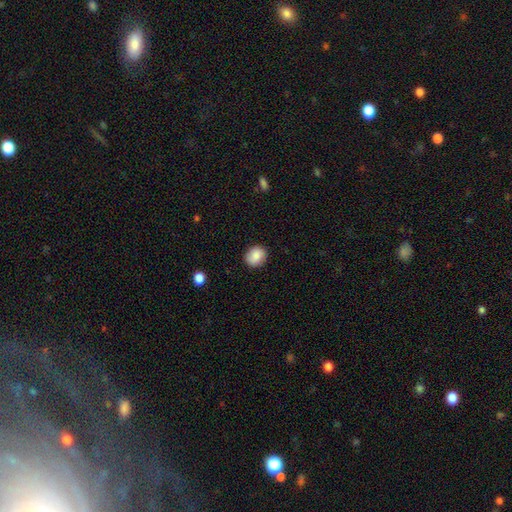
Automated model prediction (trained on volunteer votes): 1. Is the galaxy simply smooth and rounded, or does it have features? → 86% smooth, 8% star or artifact, 6% featured or disk.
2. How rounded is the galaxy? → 65% round, 34% in between, 1% cigar-shaped.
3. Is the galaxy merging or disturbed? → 87% none, 10% minor disturbance, 2% major disturbance, 1% merger.